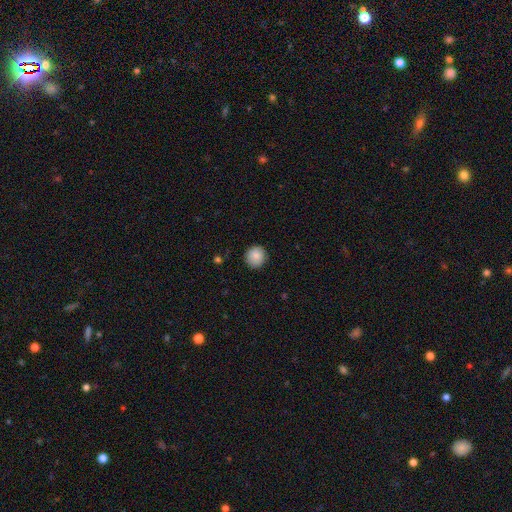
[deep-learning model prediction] smooth-or-featured: smooth: 86% | star or artifact: 8% | featured or disk: 5%
  how-rounded: round: 92% | in between: 8% | cigar-shaped: 1%
  merging: none: 88% | minor disturbance: 9% | major disturbance: 2% | merger: 1%